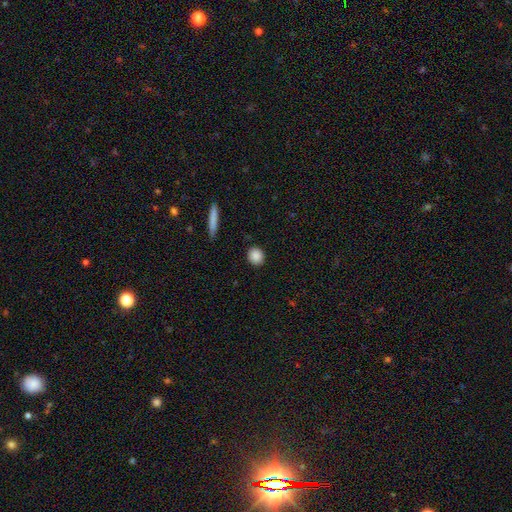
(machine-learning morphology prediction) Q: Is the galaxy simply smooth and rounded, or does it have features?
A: smooth — 88%.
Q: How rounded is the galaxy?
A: round — 84%.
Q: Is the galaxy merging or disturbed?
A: none — 91%.